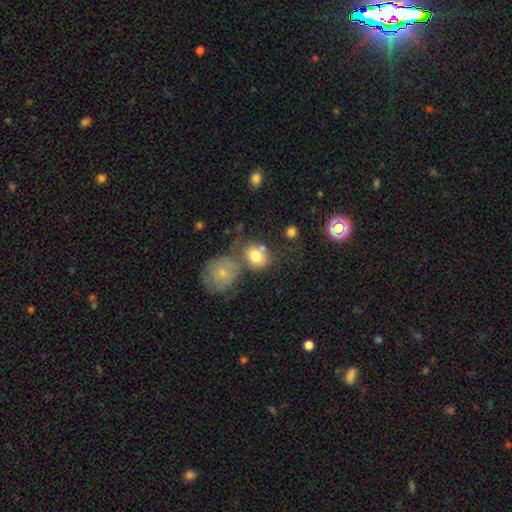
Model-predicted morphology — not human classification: smooth-or-featured: smooth: 78% | featured or disk: 12% | star or artifact: 9%
  how-rounded: round: 63% | in between: 35% | cigar-shaped: 1%
  merging: none: 43% | merger: 33% | minor disturbance: 15% | major disturbance: 9%